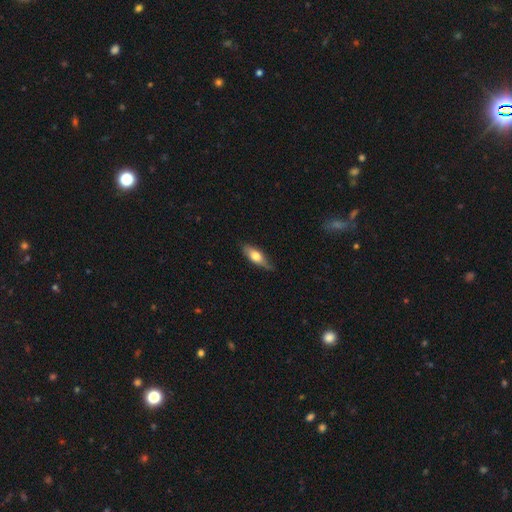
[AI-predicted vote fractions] Morphology: type=smooth (61%); roundness=in between (60%); merging=none (72%).